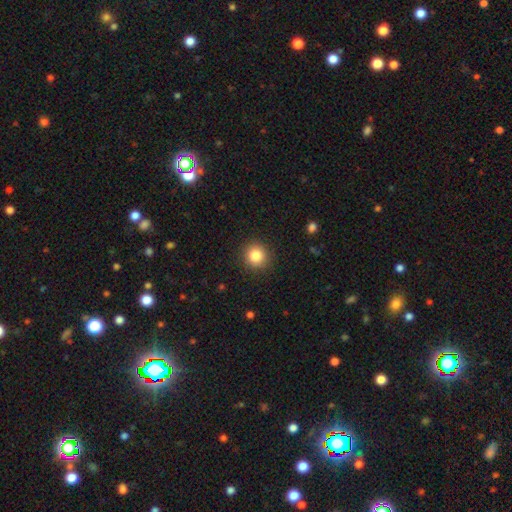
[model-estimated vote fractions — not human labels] A smooth galaxy with no disk features (84%) that is round (93%).

Vote fractions:
- Smooth or featured? smooth: 84% / star or artifact: 11% / featured or disk: 6%
- How rounded? round: 93% / in between: 6% / cigar-shaped: 1%
- Merging? none: 91% / minor disturbance: 6% / major disturbance: 2% / merger: 1%